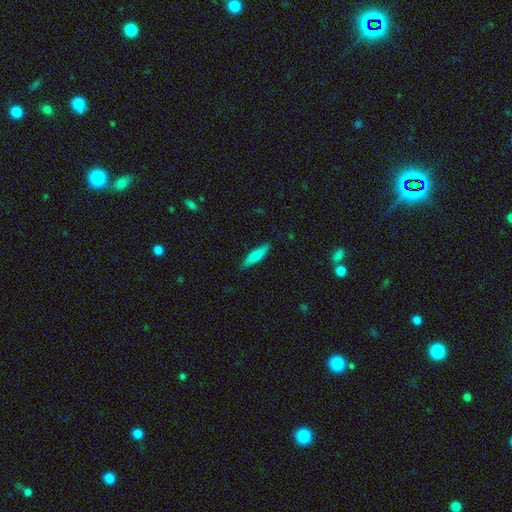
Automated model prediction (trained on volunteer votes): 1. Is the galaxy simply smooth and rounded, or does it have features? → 76% smooth, 18% featured or disk, 6% star or artifact.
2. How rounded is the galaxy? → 76% cigar-shaped, 22% in between, 2% round.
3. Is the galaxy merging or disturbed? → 86% none, 11% minor disturbance, 2% major disturbance, 1% merger.